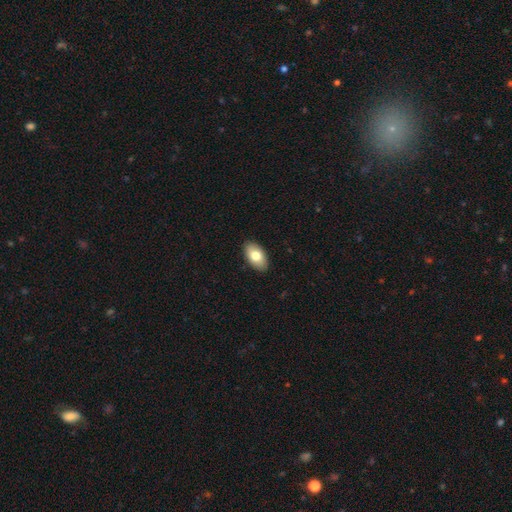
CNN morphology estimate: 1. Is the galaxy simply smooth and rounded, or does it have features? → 77% smooth, 17% featured or disk, 6% star or artifact.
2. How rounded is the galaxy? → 94% in between, 4% round, 2% cigar-shaped.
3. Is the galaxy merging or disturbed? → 89% none, 8% minor disturbance, 2% major disturbance, 1% merger.